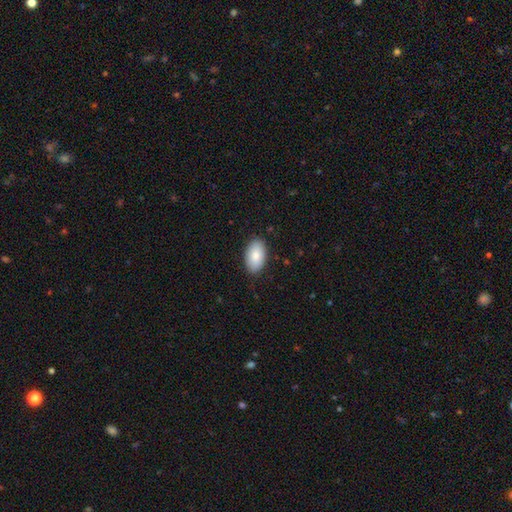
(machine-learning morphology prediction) A smooth galaxy with no disk features (84%) that is in between round and cigar-shaped (95%). Merging: none (87%).